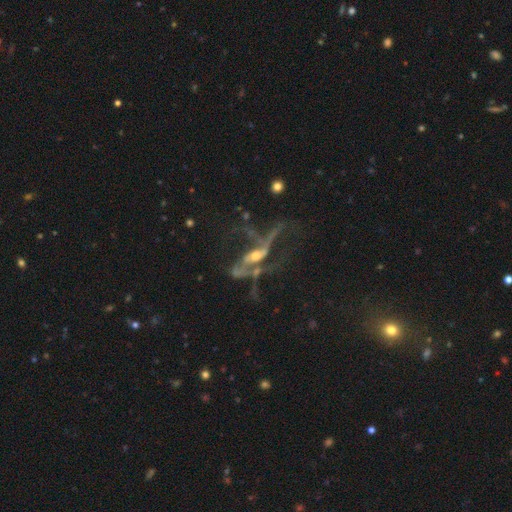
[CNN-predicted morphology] Q: Smooth or featured?
A: featured or disk (79%); runner-up: star or artifact (12%)
Q: Edge-on disk?
A: no (78%); runner-up: yes (22%)
Q: Bar?
A: no (52%); runner-up: weak (29%)
Q: Spiral arms?
A: yes (73%); runner-up: no (27%)
Q: Bulge size?
A: moderate (50%); runner-up: small (36%)
Q: Merging?
A: major disturbance (41%); runner-up: none (29%)